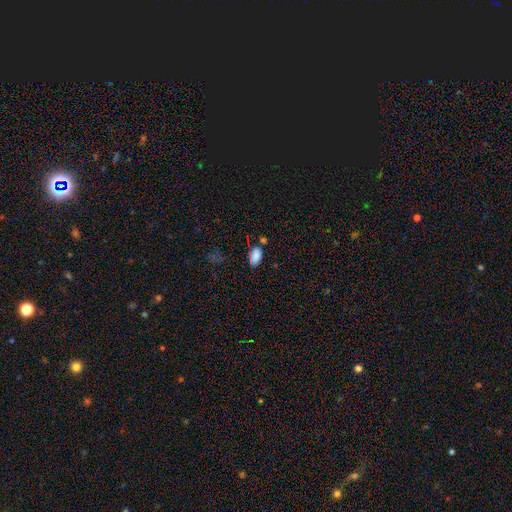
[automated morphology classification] A smooth galaxy with no disk features (85%) that is in between round and cigar-shaped (93%).

Vote fractions:
- Smooth or featured? smooth: 85% / star or artifact: 10% / featured or disk: 5%
- How rounded? in between: 93% / round: 5% / cigar-shaped: 2%
- Merging? none: 66% / minor disturbance: 20% / merger: 9% / major disturbance: 5%